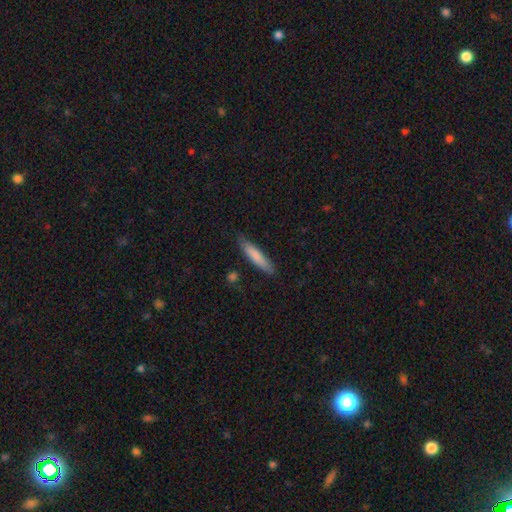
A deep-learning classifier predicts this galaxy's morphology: smooth-or-featured: smooth: 79% | featured or disk: 15% | star or artifact: 6%
  how-rounded: cigar-shaped: 87% | in between: 11% | round: 1%
  merging: none: 83% | minor disturbance: 13% | major disturbance: 2% | merger: 2%